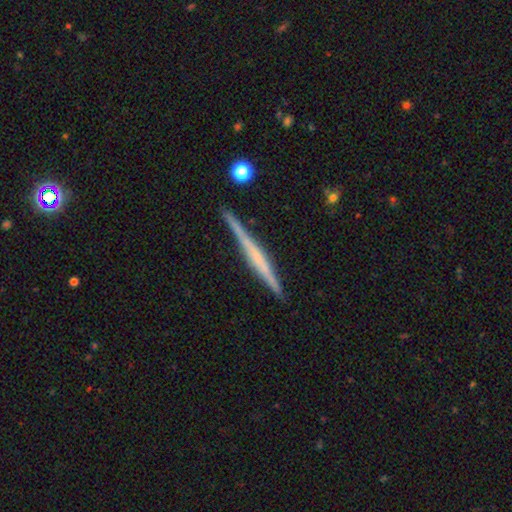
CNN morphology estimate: Q: Smooth or featured?
A: featured or disk (67%); runner-up: smooth (27%)
Q: Edge-on disk?
A: yes (98%); runner-up: no (2%)
Q: Edge-on bulge?
A: none (61%); runner-up: rounded (24%)
Q: Merging?
A: none (88%); runner-up: minor disturbance (8%)